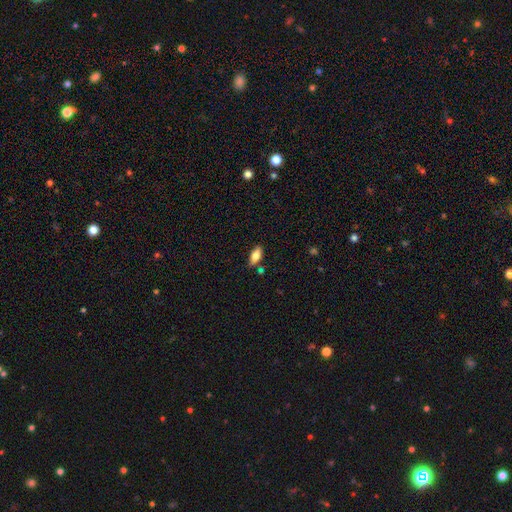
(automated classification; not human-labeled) Smooth or featured? Predicted: smooth (p=0.77). How rounded? Predicted: in between (p=0.83). Merging? Predicted: none (p=0.75).